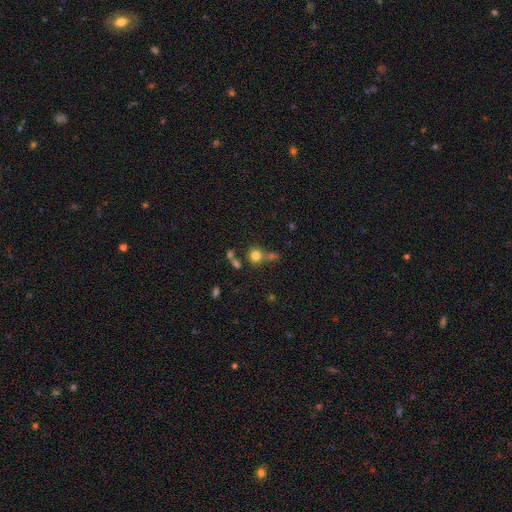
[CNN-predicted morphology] Smooth or featured? Predicted: smooth (p=0.76). How rounded? Predicted: round (p=0.87). Merging? Predicted: none (p=0.57).